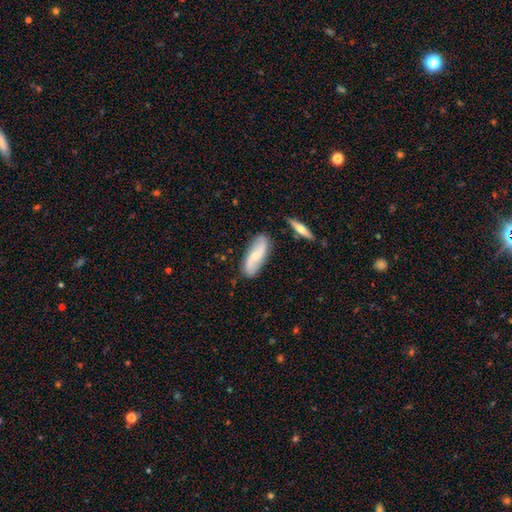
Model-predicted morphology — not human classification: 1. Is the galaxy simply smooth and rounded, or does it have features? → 64% featured or disk, 30% smooth, 6% star or artifact.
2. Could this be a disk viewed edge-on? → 87% no, 13% yes.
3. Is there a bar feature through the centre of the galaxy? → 55% no, 34% weak, 11% strong.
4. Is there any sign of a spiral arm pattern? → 91% yes, 9% no.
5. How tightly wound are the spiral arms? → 71% loose, 21% medium, 8% tight.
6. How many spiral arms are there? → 91% 2, 5% can't tell, 1% 1, 1% 3, 1% 4, 1% more than 4.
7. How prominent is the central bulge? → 59% small, 34% moderate, 5% none, 2% large, 1% dominant.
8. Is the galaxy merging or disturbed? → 81% none, 13% minor disturbance, 3% merger, 3% major disturbance.